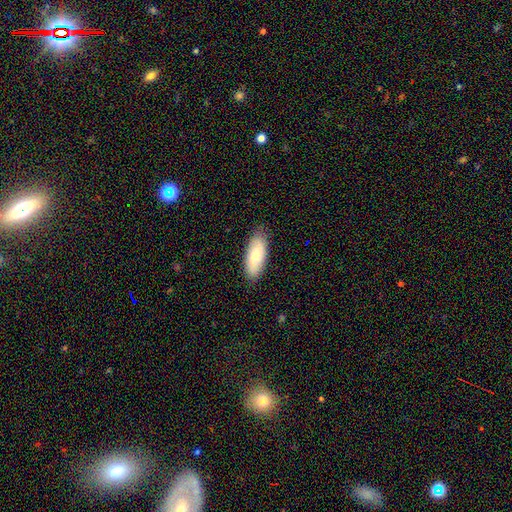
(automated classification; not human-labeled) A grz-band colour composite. It shows a smooth galaxy with no disk features (72%) that is in between round and cigar-shaped (84%). Merging: none (85%).